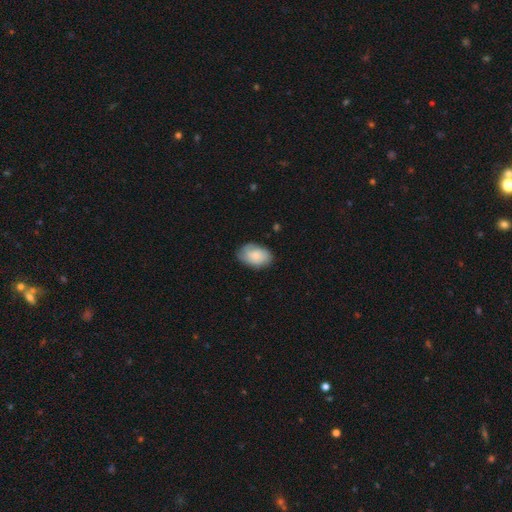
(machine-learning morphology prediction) A smooth galaxy with no disk features (77%) that is in between round and cigar-shaped (89%).

Vote fractions:
- Smooth or featured? smooth: 77% / featured or disk: 17% / star or artifact: 6%
- How rounded? in between: 89% / round: 9% / cigar-shaped: 1%
- Merging? none: 78% / minor disturbance: 18% / major disturbance: 4% / merger: 1%